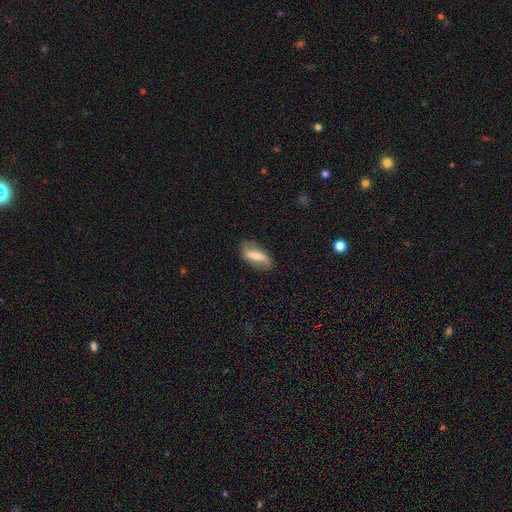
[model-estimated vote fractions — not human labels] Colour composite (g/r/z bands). It shows a smooth galaxy with no disk features (50%) that is in between round and cigar-shaped (75%). Merging: none (74%).